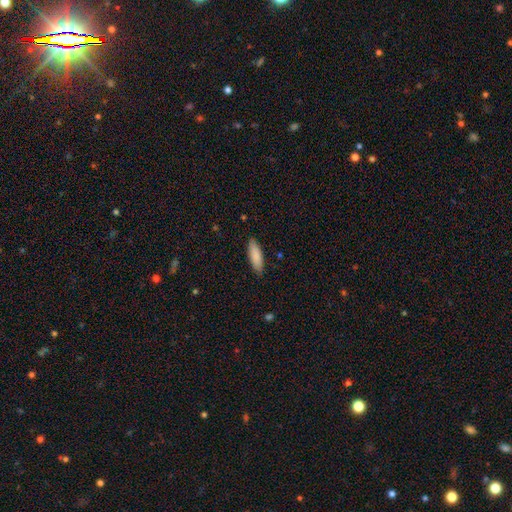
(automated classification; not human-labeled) smooth-or-featured: smooth: 87% | featured or disk: 7% | star or artifact: 6%
  how-rounded: in between: 51% | cigar-shaped: 48% | round: 1%
  merging: none: 88% | minor disturbance: 10% | major disturbance: 2% | merger: 1%